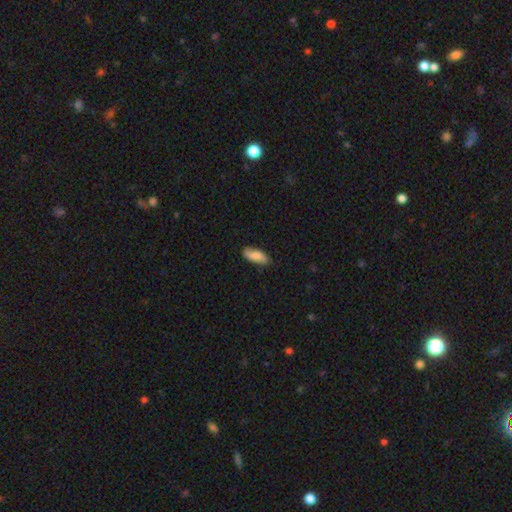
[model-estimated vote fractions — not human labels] smooth_or_featured: smooth (p=0.80) [alt: featured or disk p=0.14]
how_rounded: in between (p=0.80) [alt: cigar-shaped p=0.18]
merging: none (p=0.79) [alt: minor disturbance p=0.17]